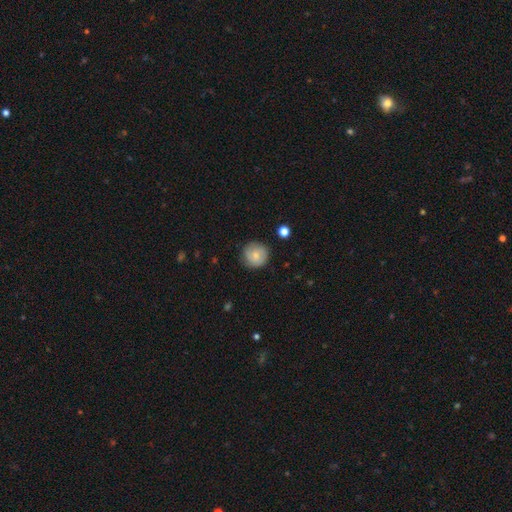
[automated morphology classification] This is likely a smooth galaxy (71%). How rounded: clearly round (93%). Merging: clearly none (81%).